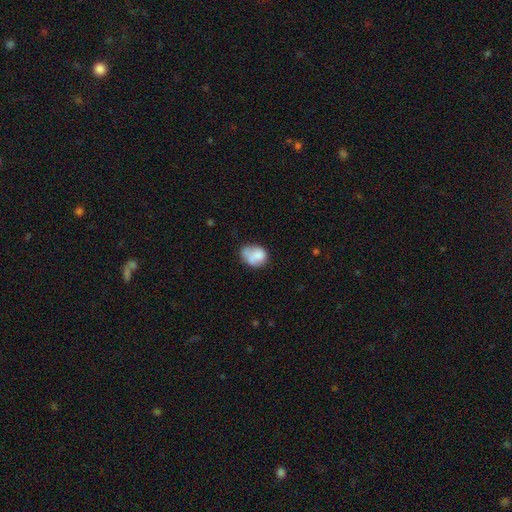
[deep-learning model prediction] Morphology: type=smooth (72%); roundness=in between (57%); merging=none (32%).